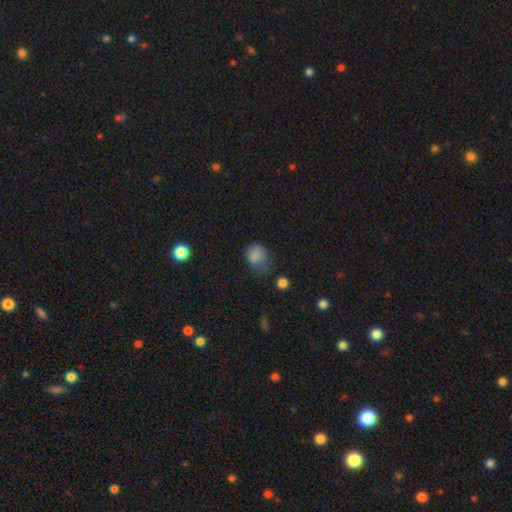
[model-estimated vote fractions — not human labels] Smooth or featured? Predicted: smooth (p=0.82). How rounded? Predicted: round (p=0.54). Merging? Predicted: none (p=0.42).